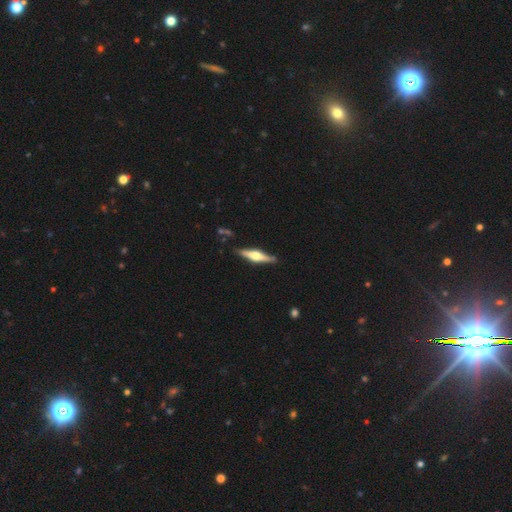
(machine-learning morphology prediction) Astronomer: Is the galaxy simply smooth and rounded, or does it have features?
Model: featured or disk — 72%.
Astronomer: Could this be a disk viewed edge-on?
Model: yes — 97%.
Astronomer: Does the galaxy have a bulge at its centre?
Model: rounded — 88%.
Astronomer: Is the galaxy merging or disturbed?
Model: none — 86%.